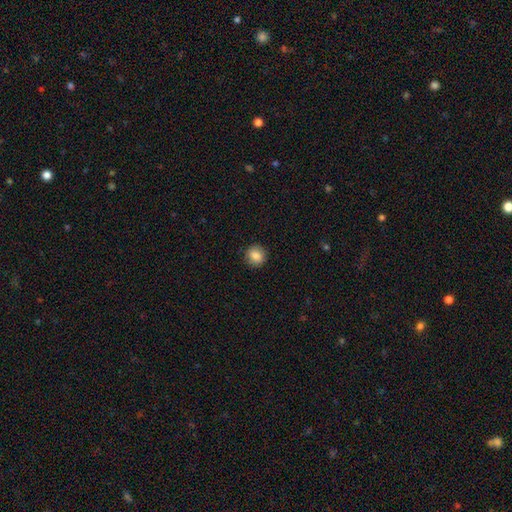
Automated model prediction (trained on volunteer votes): Morphology: type=smooth (86%); roundness=round (88%); merging=none (90%).